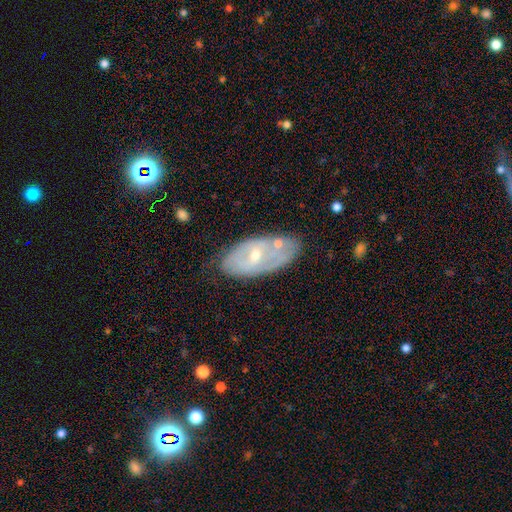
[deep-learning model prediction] The model was most divided on "spiral arms": no: 51%, yes: 49%. Remaining: edge-on disk — no (89%); smooth or featured — featured or disk (64%); merging — none (62%); bulge size — small (50%); bar — no (46%).